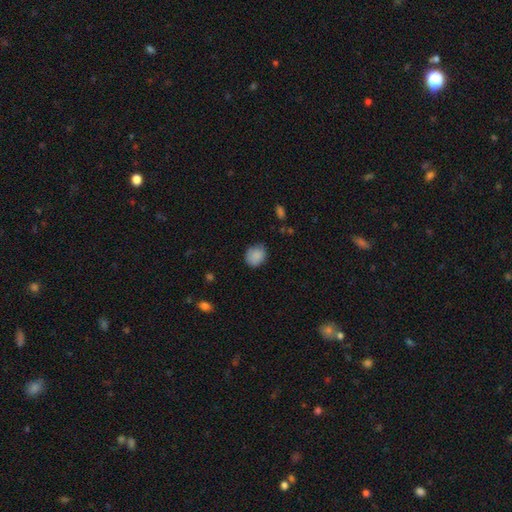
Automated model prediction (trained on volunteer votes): A smooth galaxy with no disk features (87%) that is round (71%).

Vote fractions:
- Smooth or featured? smooth: 87% / star or artifact: 8% / featured or disk: 5%
- How rounded? round: 71% / in between: 28% / cigar-shaped: 1%
- Merging? none: 78% / minor disturbance: 17% / major disturbance: 3% / merger: 1%